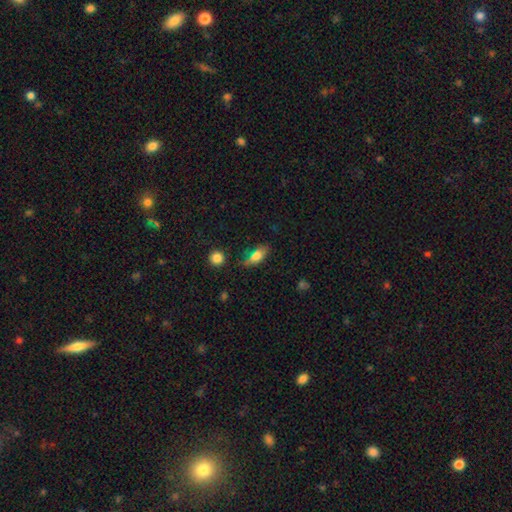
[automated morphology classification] This appears to be a smooth galaxy with no disk features (73%) that is in between round and cigar-shaped (77%). Merging: none (57%).